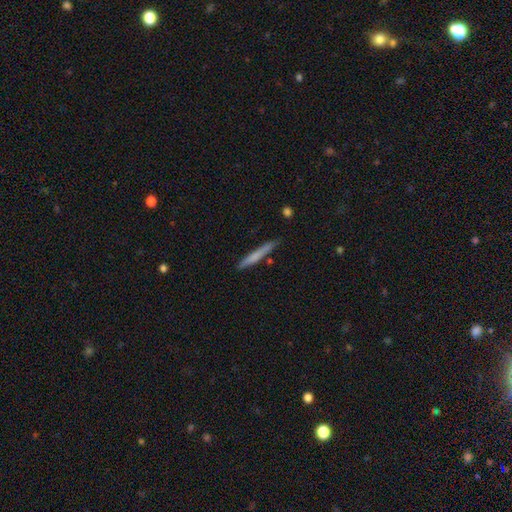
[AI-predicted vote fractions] A smooth galaxy with no disk features (65%) that is cigar-shaped (96%).

Vote fractions:
- Smooth or featured? smooth: 65% / featured or disk: 29% / star or artifact: 6%
- How rounded? cigar-shaped: 96% / in between: 3% / round: 1%
- Merging? none: 82% / minor disturbance: 13% / merger: 3% / major disturbance: 2%